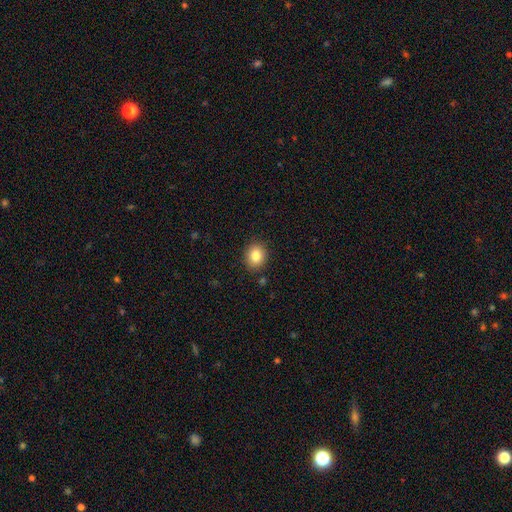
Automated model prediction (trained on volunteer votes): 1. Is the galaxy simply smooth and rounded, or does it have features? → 83% smooth, 10% star or artifact, 8% featured or disk.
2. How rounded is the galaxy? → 67% round, 32% in between, 1% cigar-shaped.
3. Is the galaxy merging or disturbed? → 88% none, 9% minor disturbance, 2% major disturbance, 2% merger.